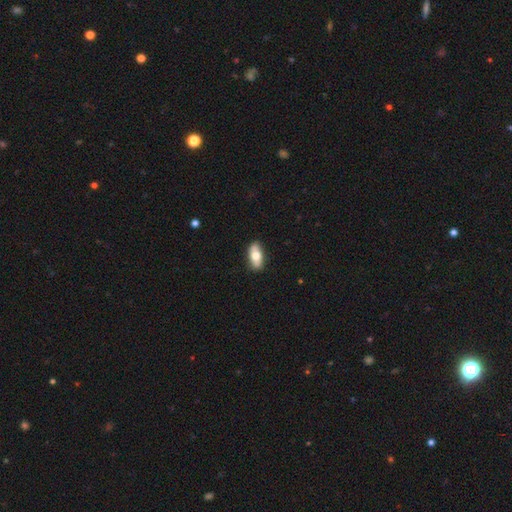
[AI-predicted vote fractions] A smooth galaxy with no disk features (65%) that is in between round and cigar-shaped (86%).

Vote fractions:
- Smooth or featured? smooth: 65% / featured or disk: 29% / star or artifact: 6%
- How rounded? in between: 86% / cigar-shaped: 10% / round: 4%
- Merging? none: 85% / minor disturbance: 12% / major disturbance: 2% / merger: 1%